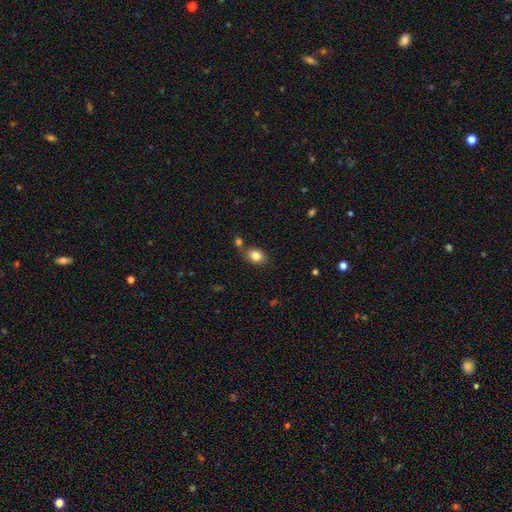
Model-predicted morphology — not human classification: The model was most divided on "how rounded": in between: 58%, round: 41%, cigar-shaped: 1%. More confident: smooth or featured — smooth (83%); merging — none (62%).